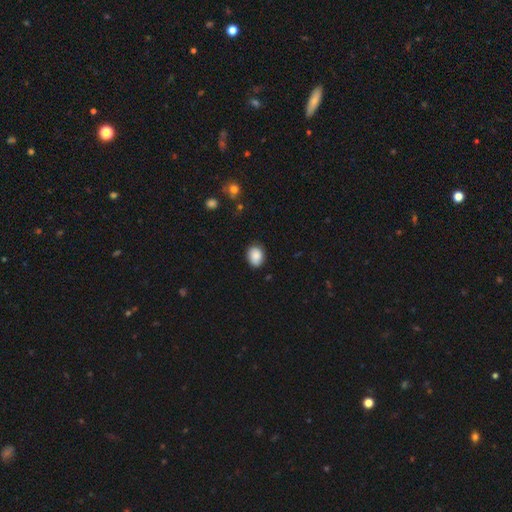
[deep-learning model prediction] Q: Smooth or featured?
A: smooth (88%); runner-up: star or artifact (7%)
Q: How rounded?
A: in between (67%); runner-up: round (32%)
Q: Merging?
A: none (83%); runner-up: minor disturbance (14%)